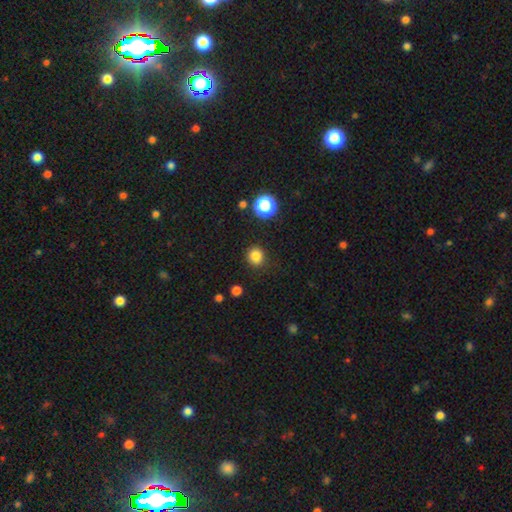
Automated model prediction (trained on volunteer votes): smooth_or_featured: smooth (p=0.83) [alt: star or artifact p=0.13]
how_rounded: round (p=0.89) [alt: in between p=0.10]
merging: none (p=0.88) [alt: minor disturbance p=0.08]